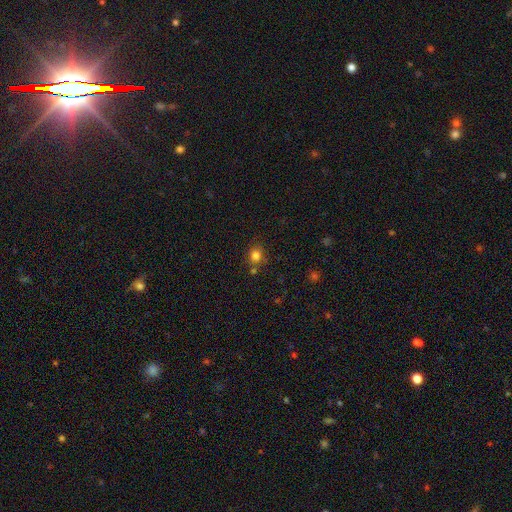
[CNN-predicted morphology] Smooth or featured? Predicted: smooth (p=0.81). How rounded? Predicted: round (p=0.76). Merging? Predicted: none (p=0.77).